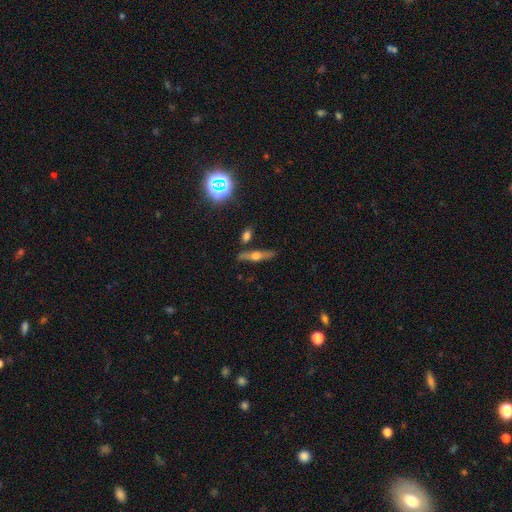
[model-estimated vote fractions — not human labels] A featured or disk galaxy (58%) viewed edge-on (90%) with a rounded central bulge (92%). Merging: none (77%).